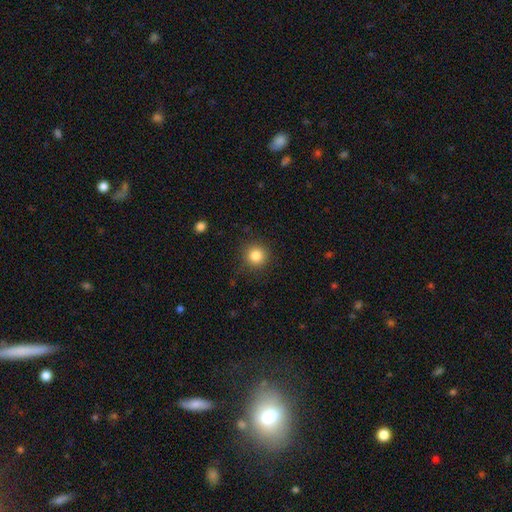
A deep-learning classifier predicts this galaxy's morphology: A smooth galaxy with no disk features (84%) that is round (94%).

Vote fractions:
- Smooth or featured? smooth: 84% / star or artifact: 11% / featured or disk: 5%
- How rounded? round: 94% / in between: 5% / cigar-shaped: 1%
- Merging? none: 89% / minor disturbance: 7% / major disturbance: 3% / merger: 1%